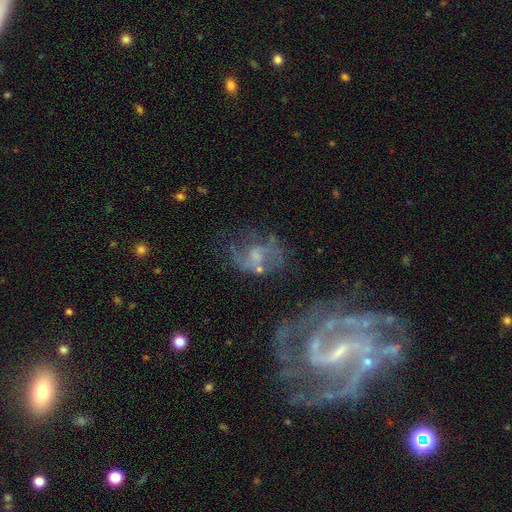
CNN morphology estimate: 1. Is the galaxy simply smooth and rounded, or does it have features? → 72% featured or disk, 15% smooth, 13% star or artifact.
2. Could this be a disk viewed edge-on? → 96% no, 4% yes.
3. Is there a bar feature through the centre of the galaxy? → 42% weak, 39% no, 19% strong.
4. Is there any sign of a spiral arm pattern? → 79% yes, 21% no.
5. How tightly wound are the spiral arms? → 45% medium, 28% tight, 27% loose.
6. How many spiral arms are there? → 57% 2, 23% can't tell, 7% 1, 7% 3, 3% 4, 3% more than 4.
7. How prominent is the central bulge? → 53% small, 25% moderate, 18% none, 2% large, 1% dominant.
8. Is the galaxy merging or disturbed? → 49% none, 21% major disturbance, 19% minor disturbance, 11% merger.